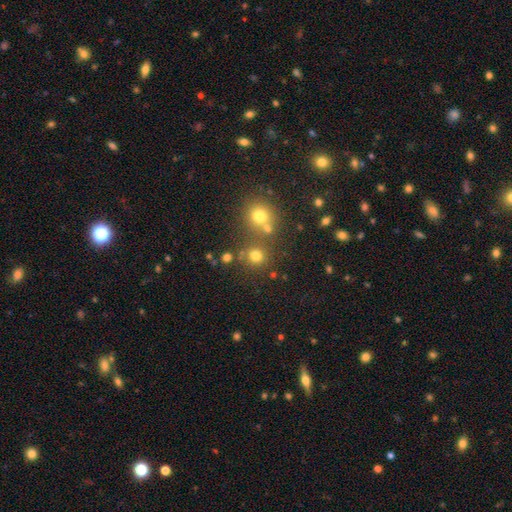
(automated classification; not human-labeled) A smooth galaxy with no disk features (74%) that is round (90%). Merging: none (72%).